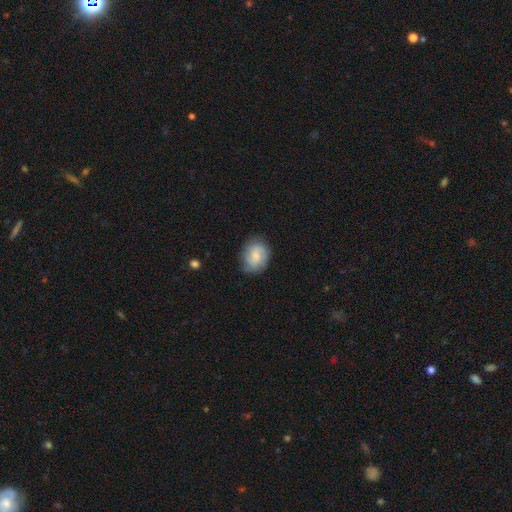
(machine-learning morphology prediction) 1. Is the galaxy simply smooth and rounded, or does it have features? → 59% smooth, 34% featured or disk, 7% star or artifact.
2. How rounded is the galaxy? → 51% round, 48% in between, 1% cigar-shaped.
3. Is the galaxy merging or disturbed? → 75% none, 18% minor disturbance, 5% major disturbance, 1% merger.